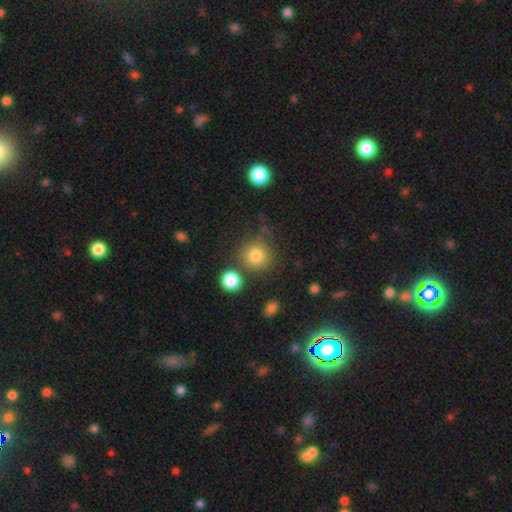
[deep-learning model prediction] A smooth galaxy with no disk features (81%) that is round (91%). Merging: none (71%).